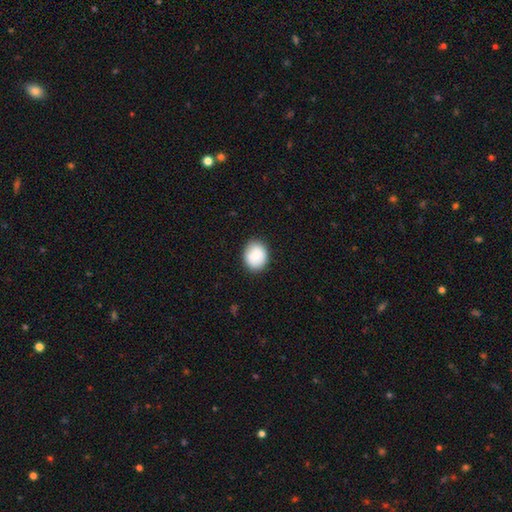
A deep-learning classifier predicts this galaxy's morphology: smooth 87%, star or artifact 7%, featured or disk 6%. Down the decision tree: how rounded — round (57%); merging — none (87%).